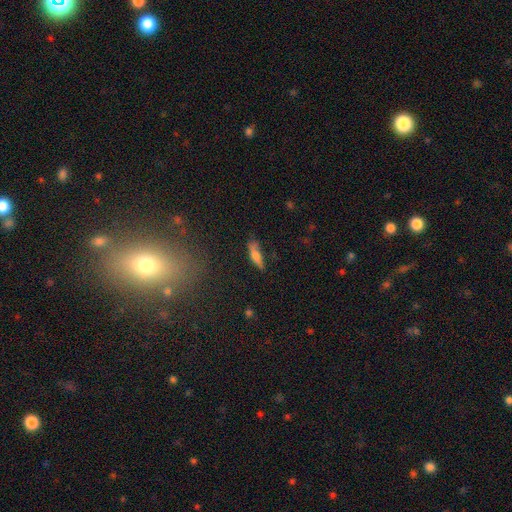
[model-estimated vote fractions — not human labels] smooth 67%, featured or disk 25%, star or artifact 8%. Down the decision tree: how rounded — cigar-shaped (62%); merging — none (66%).